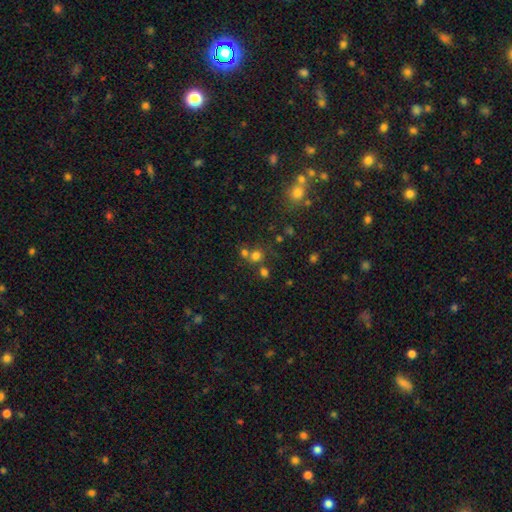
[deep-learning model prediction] smooth_or_featured: smooth (p=0.68) [alt: star or artifact p=0.24]
how_rounded: round (p=0.83) [alt: in between p=0.16]
merging: none (p=0.57) [alt: merger p=0.30]